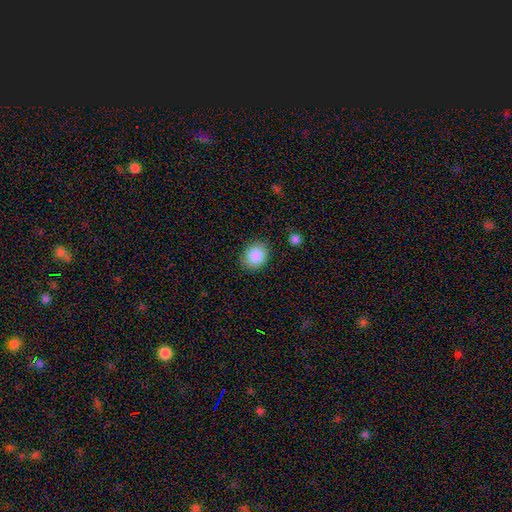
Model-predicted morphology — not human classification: Smooth or featured?
  - smooth: 87% *
  - star or artifact: 8%
  - featured or disk: 5%
How rounded?
  - round: 60% *
  - in between: 39%
  - cigar-shaped: 1%
Merging?
  - none: 86% *
  - minor disturbance: 10%
  - major disturbance: 3%
  - merger: 2%